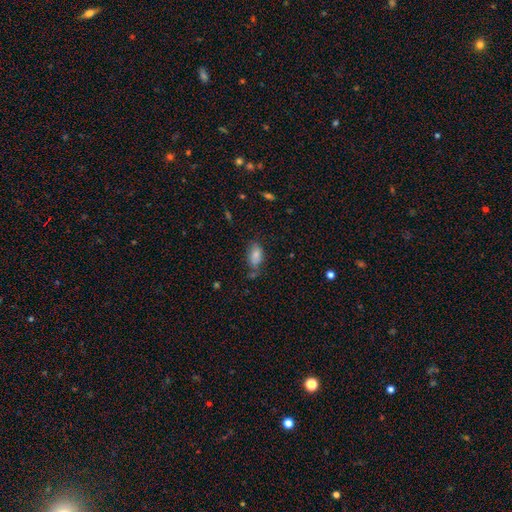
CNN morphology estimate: A smooth galaxy with no disk features (81%) that is in between round and cigar-shaped (91%). Merging: none (58%).